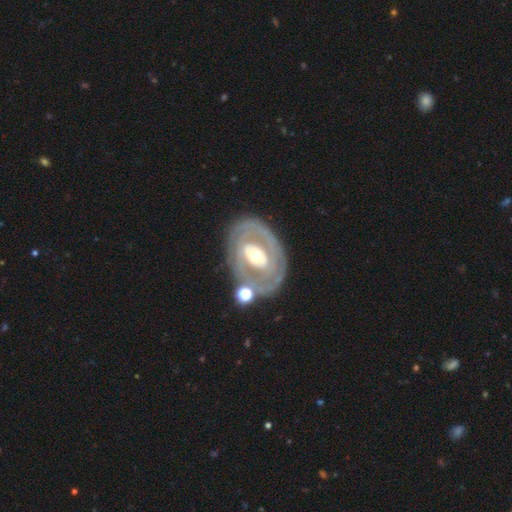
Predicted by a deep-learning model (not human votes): This appears to be a featured or disk galaxy (77%) with no bar (51%), spiral arms (53%) and a moderate central bulge (71%). Merging: none (71%).